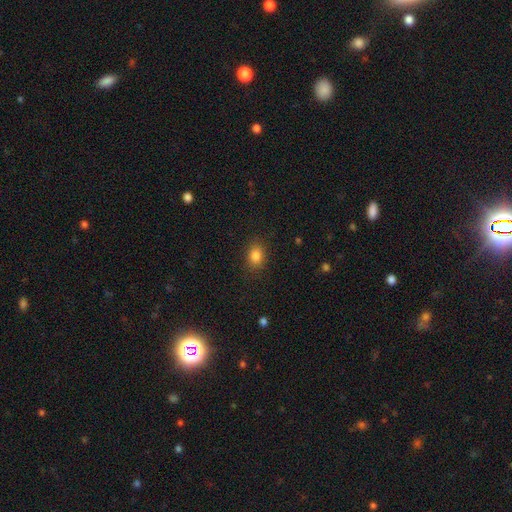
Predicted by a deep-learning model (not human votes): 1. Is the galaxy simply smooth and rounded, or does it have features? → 84% smooth, 11% star or artifact, 5% featured or disk.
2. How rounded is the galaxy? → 62% in between, 37% round, 1% cigar-shaped.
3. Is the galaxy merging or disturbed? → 87% none, 9% minor disturbance, 3% major disturbance, 1% merger.